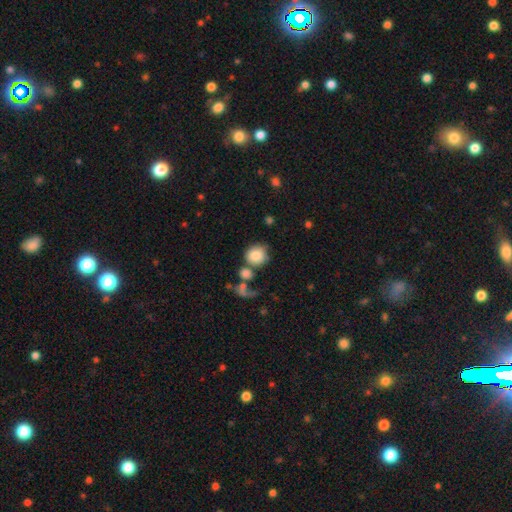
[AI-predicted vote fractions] Morphology: type=smooth (82%); roundness=round (84%); merging=none (46%).